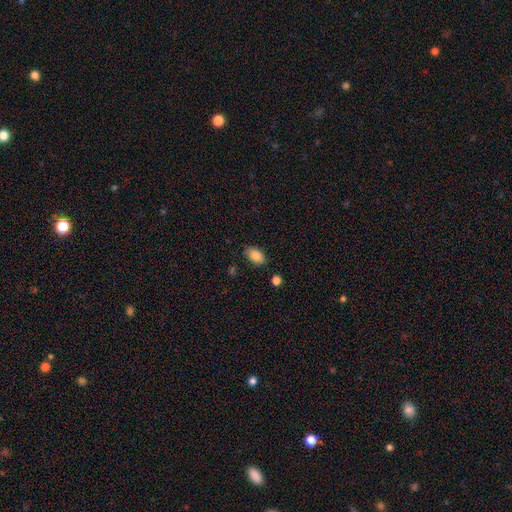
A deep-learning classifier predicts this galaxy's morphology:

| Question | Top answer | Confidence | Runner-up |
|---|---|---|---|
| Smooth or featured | smooth | 86% | star or artifact (8%) |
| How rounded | in between | 90% | round (9%) |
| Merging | none | 82% | minor disturbance (13%) |